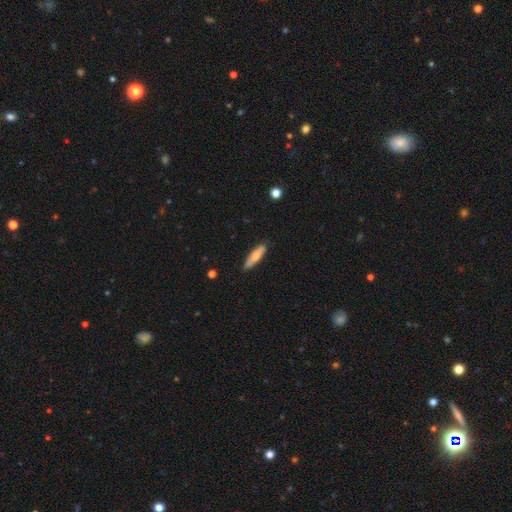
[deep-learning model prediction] Overall: smooth (70%). How rounded: cigar-shaped (69%; in between 29%). Merging: none (82%).